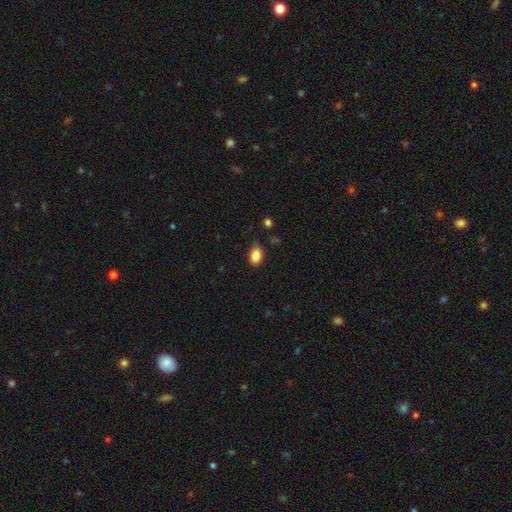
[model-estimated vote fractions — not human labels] This appears to be a smooth galaxy with no disk features (87%) that is in between round and cigar-shaped (84%). Merging: none (78%).